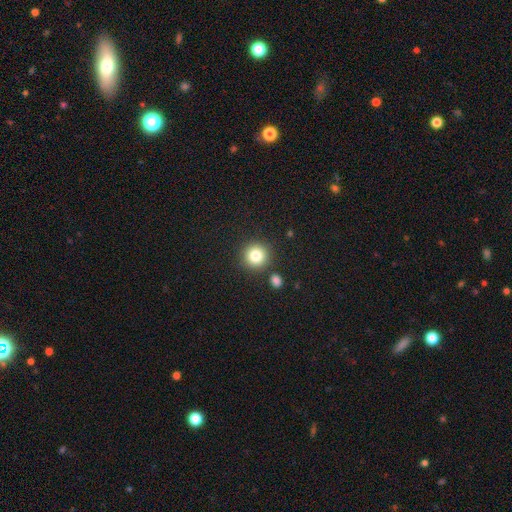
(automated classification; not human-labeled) Morphology: type=smooth (83%); roundness=round (94%); merging=none (85%).